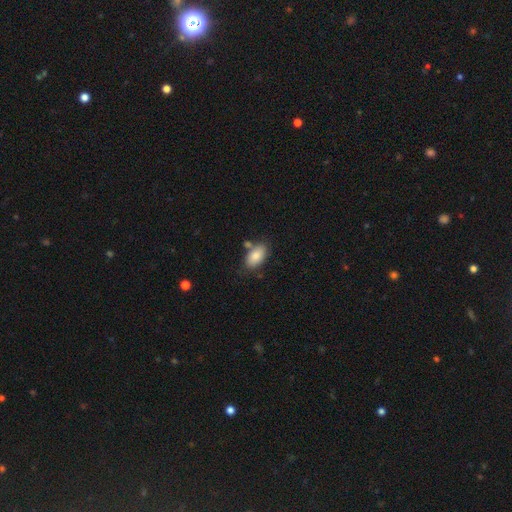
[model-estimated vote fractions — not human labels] A smooth galaxy with no disk features (84%) that is in between round and cigar-shaped (94%).

Vote fractions:
- Smooth or featured? smooth: 84% / featured or disk: 9% / star or artifact: 7%
- How rounded? in between: 94% / round: 4% / cigar-shaped: 2%
- Merging? none: 70% / minor disturbance: 15% / merger: 12% / major disturbance: 4%